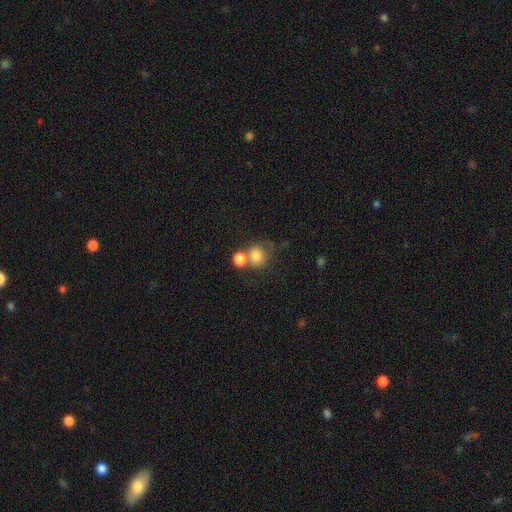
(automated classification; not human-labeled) A smooth galaxy with no disk features (80%) that is round (81%).

Vote fractions:
- Smooth or featured? smooth: 80% / star or artifact: 11% / featured or disk: 9%
- How rounded? round: 81% / in between: 18% / cigar-shaped: 1%
- Merging? none: 43% / merger: 42% / minor disturbance: 9% / major disturbance: 5%